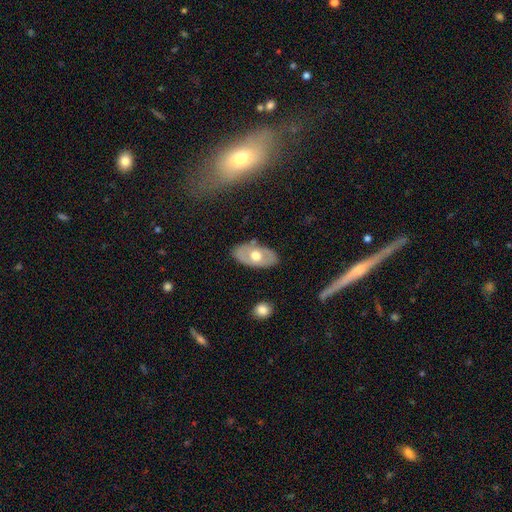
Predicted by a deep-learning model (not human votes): Smooth or featured? Predicted: smooth (p=0.48). Merging? Predicted: none (p=0.81).